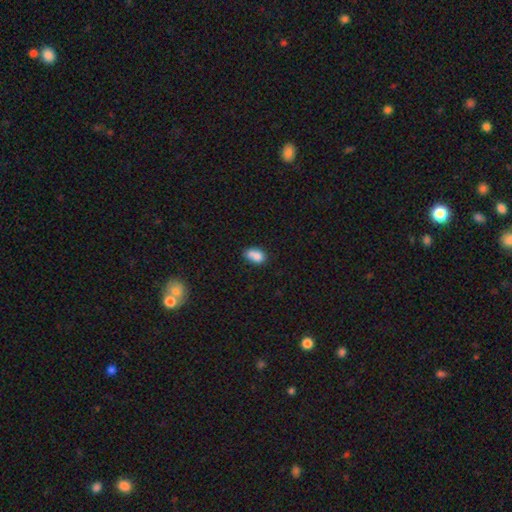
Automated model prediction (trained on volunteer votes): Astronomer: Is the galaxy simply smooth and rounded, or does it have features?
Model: smooth — 80%.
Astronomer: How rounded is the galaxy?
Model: in between — 82%.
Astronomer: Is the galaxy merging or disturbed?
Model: none — 45% (runner-up: merger, 26%).